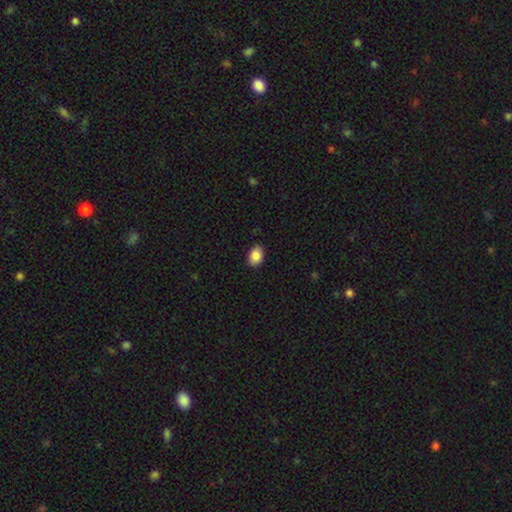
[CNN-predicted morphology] smooth_or_featured: smooth (p=0.87) [alt: star or artifact p=0.08]
how_rounded: in between (p=0.79) [alt: round p=0.20]
merging: none (p=0.88) [alt: minor disturbance p=0.09]